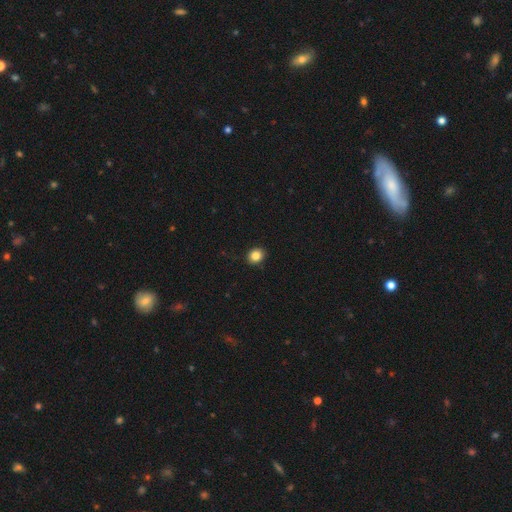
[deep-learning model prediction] A smooth galaxy with no disk features (85%) that is round (65%). Merging: none (91%).